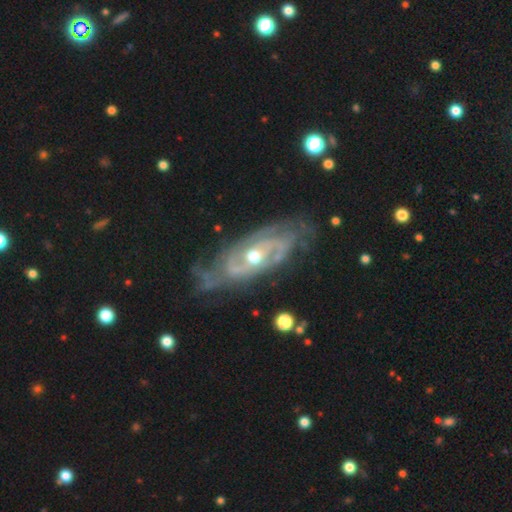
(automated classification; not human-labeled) A featured or disk galaxy (90%) with no bar (61%), 2 (43%) tight (65%) spiral arms (96%) and a moderate central bulge (57%).

Vote fractions:
- Smooth or featured? featured or disk: 90% / smooth: 5% / star or artifact: 5%
- Edge-on disk? no: 91% / yes: 9%
- Bar? no: 61% / weak: 28% / strong: 12%
- Spiral arms? yes: 96% / no: 4%
- Spiral winding? tight: 65% / medium: 28% / loose: 7%
- Spiral arm count? 2: 43% / can't tell: 25% / 3: 15% / 4: 7% / more than 4: 5% / 1: 5%
- Bulge size? moderate: 57% / small: 39% / large: 2% / none: 1% / dominant: 1%
- Merging? none: 75% / minor disturbance: 17% / major disturbance: 6% / merger: 2%